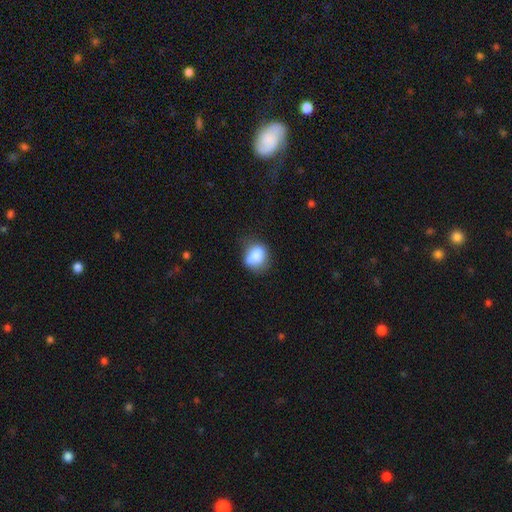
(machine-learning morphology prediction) Overall: smooth (83%). How rounded: round (54%; in between 45%). Merging: none (60%; minor disturbance 29%).